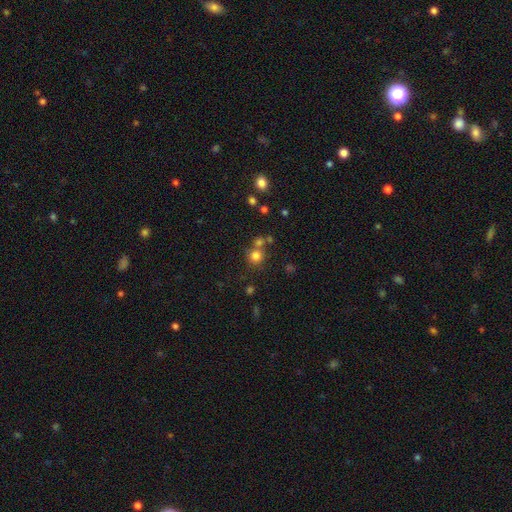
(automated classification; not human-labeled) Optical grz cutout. It shows a smooth galaxy with no disk features (77%) that is round (91%). Merging: none (65%).